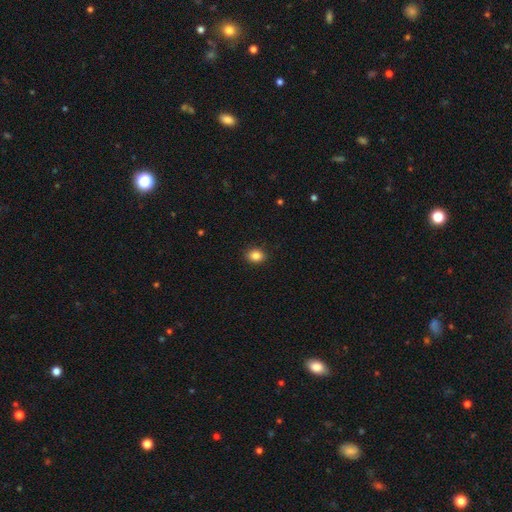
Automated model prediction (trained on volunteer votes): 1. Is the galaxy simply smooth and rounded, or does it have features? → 86% smooth, 10% star or artifact, 5% featured or disk.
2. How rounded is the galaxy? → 53% in between, 46% round, 1% cigar-shaped.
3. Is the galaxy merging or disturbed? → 90% none, 7% minor disturbance, 2% major disturbance, 1% merger.